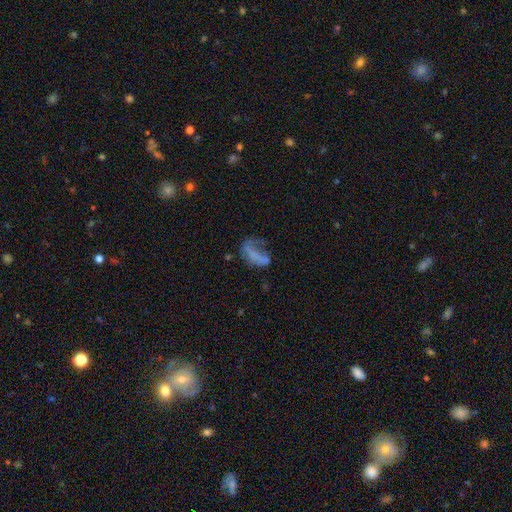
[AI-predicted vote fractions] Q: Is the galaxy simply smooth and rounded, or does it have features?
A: smooth — 45%.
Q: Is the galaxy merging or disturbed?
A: major disturbance — 49%.